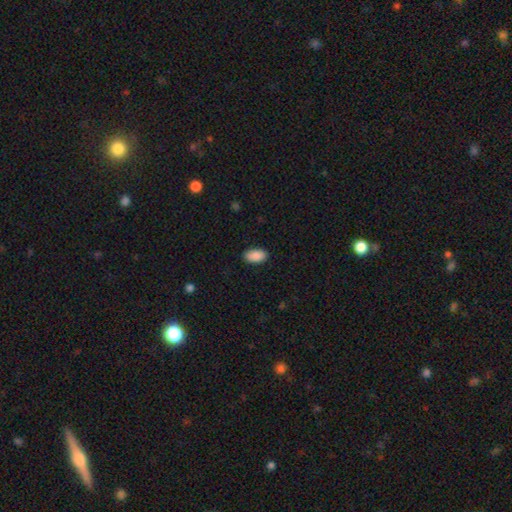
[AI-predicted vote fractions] The model was most divided on "merging": none: 88%, minor disturbance: 9%, major disturbance: 2%, merger: 1%. More confident: how rounded — in between (95%); smooth or featured — smooth (91%).